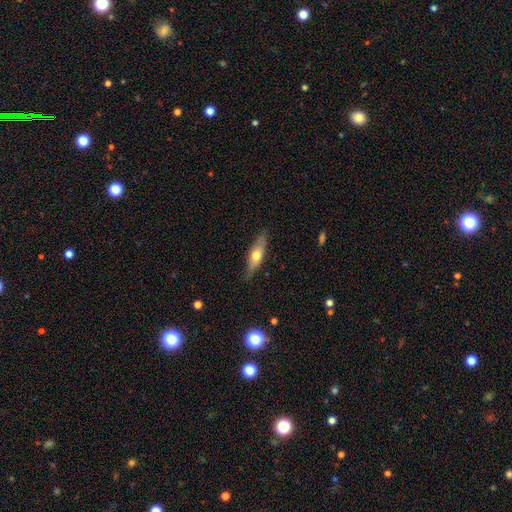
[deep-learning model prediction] This appears to be a smooth galaxy with no disk features (51%) that is cigar-shaped (55%). Merging: none (83%).